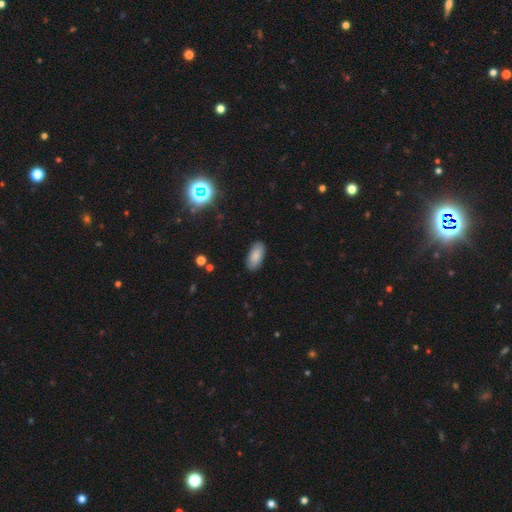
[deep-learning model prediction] smooth-or-featured: smooth: 85% | star or artifact: 8% | featured or disk: 7%
  how-rounded: in between: 92% | cigar-shaped: 6% | round: 2%
  merging: none: 87% | minor disturbance: 10% | major disturbance: 2% | merger: 1%